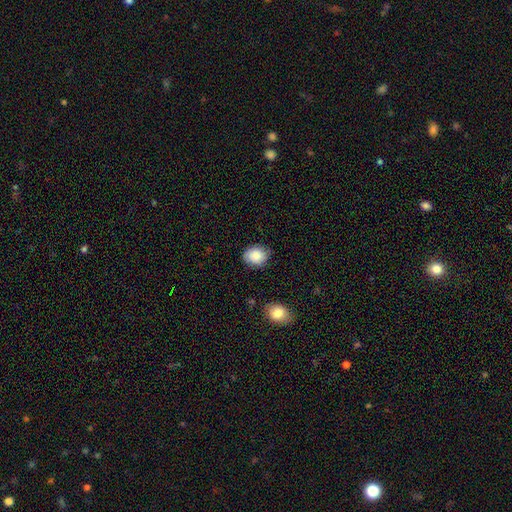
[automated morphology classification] This is clearly a smooth galaxy (85%). How rounded: possibly round (52%). Merging: likely none (78%).